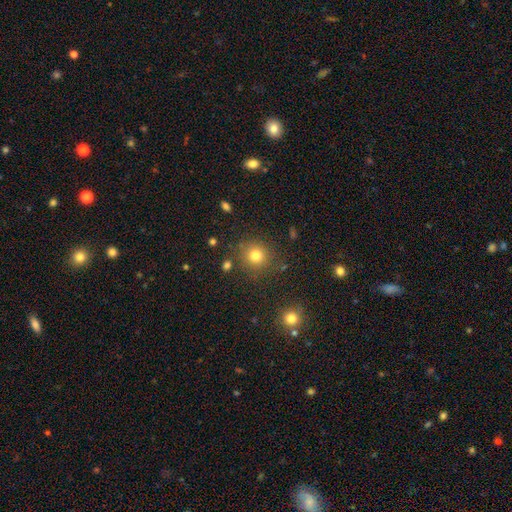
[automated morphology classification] type=smooth (79%); roundness=round (91%); merging=none (83%).